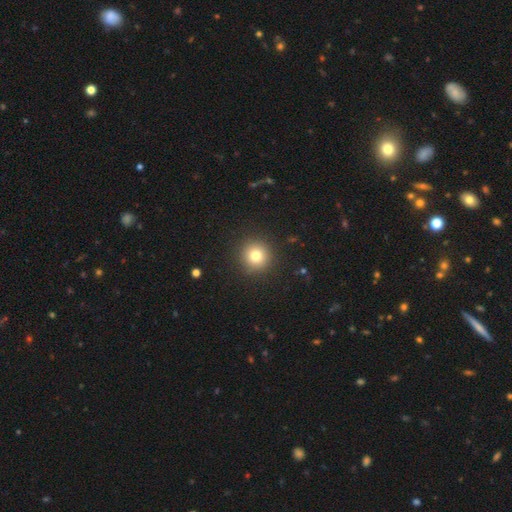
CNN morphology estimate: A smooth galaxy with no disk features (79%) that is round (95%).

Vote fractions:
- Smooth or featured? smooth: 79% / star or artifact: 12% / featured or disk: 9%
- How rounded? round: 95% / in between: 4% / cigar-shaped: 1%
- Merging? none: 92% / minor disturbance: 5% / major disturbance: 2% / merger: 1%